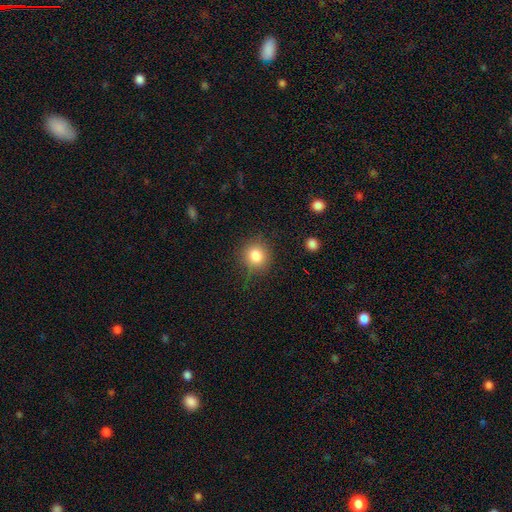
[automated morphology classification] Overall: smooth (82%). How rounded: round (87%). Merging: none (84%).